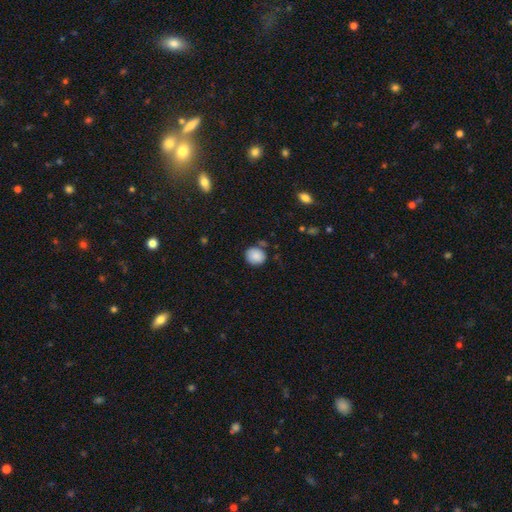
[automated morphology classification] A smooth galaxy with no disk features (87%) that is round (79%). Merging: none (79%).